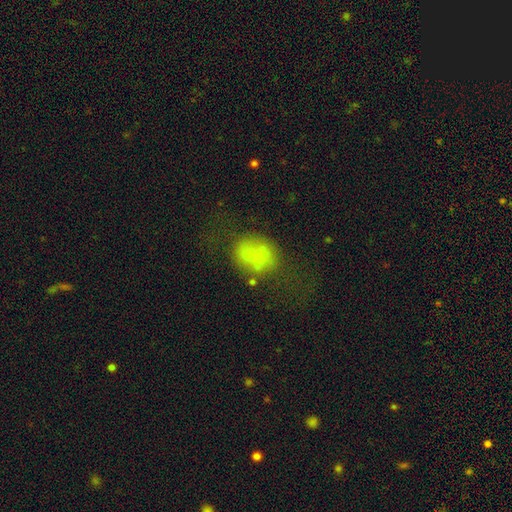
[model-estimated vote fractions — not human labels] Smooth or featured: smooth — 64% (featured or disk — 22%)
How rounded: in between — 58% (round — 40%)
Merging: none — 47% (minor disturbance — 23%)